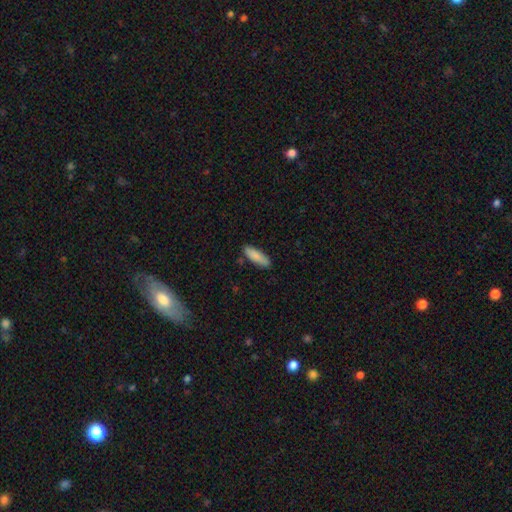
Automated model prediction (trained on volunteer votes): Smooth or featured: smooth — 86% (featured or disk — 9%)
How rounded: cigar-shaped — 51% (in between — 48%)
Merging: none — 83% (minor disturbance — 13%)